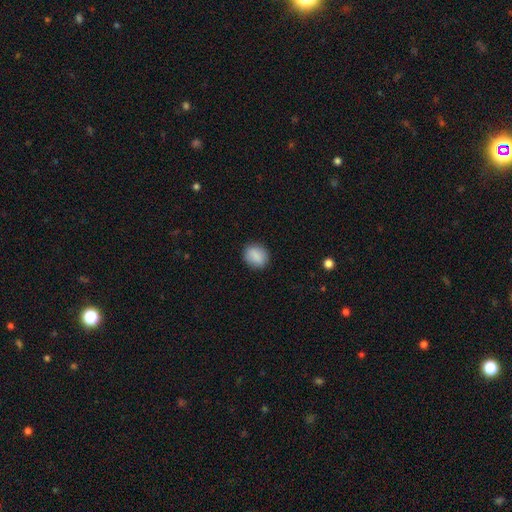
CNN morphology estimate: smooth_or_featured: smooth (p=0.86) [alt: star or artifact p=0.08]
how_rounded: round (p=0.54) [alt: in between p=0.45]
merging: none (p=0.87) [alt: minor disturbance p=0.09]